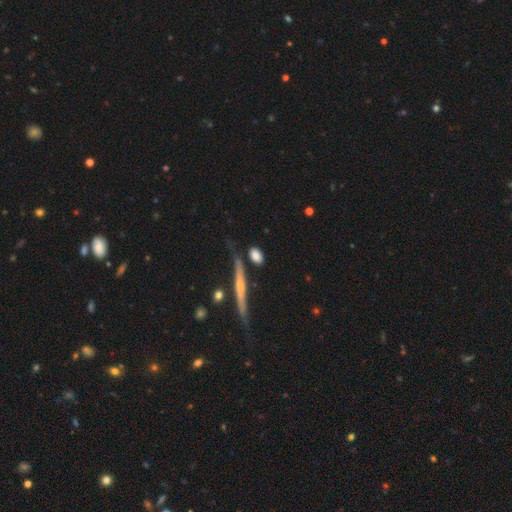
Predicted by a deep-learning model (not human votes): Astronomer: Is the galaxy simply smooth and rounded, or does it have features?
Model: smooth — 79%.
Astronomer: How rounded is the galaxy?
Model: in between — 69%.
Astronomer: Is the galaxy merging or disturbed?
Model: none — 70%.